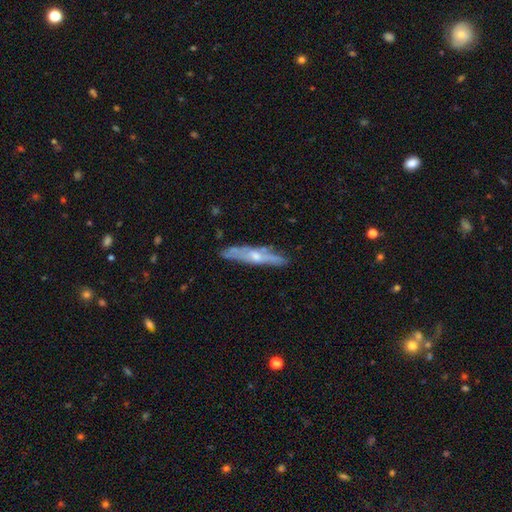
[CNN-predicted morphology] A featured or disk galaxy (63%) viewed edge-on (77%). Merging: none (75%).